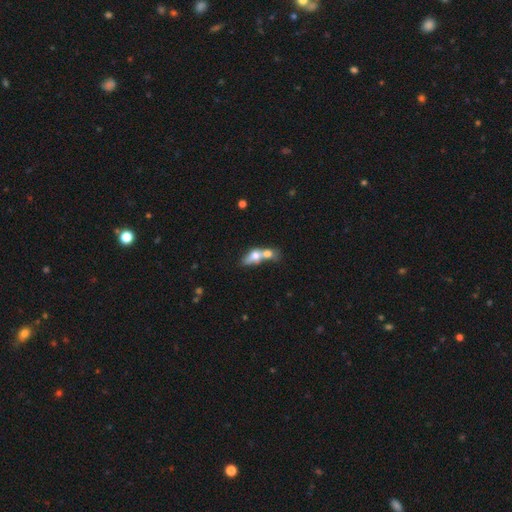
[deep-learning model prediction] Q: Smooth or featured?
A: smooth (63%); runner-up: featured or disk (29%)
Q: How rounded?
A: in between (63%); runner-up: round (21%)
Q: Merging?
A: merger (75%); runner-up: none (13%)